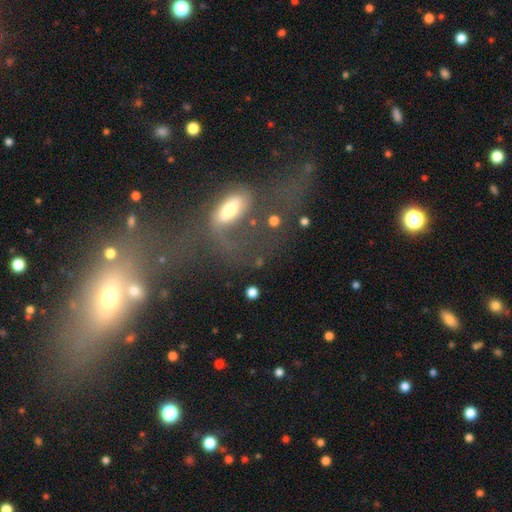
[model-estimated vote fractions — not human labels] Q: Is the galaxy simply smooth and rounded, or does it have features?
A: featured or disk — 43%.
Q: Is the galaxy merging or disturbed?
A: merger — 40%.